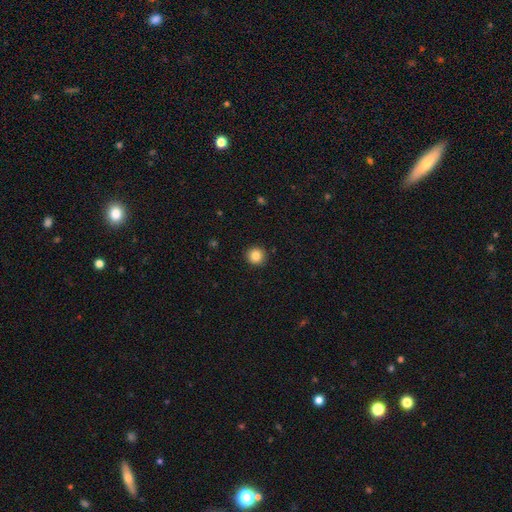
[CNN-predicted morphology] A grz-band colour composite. It shows a smooth galaxy with no disk features (83%) that is round (94%). Merging: none (92%).